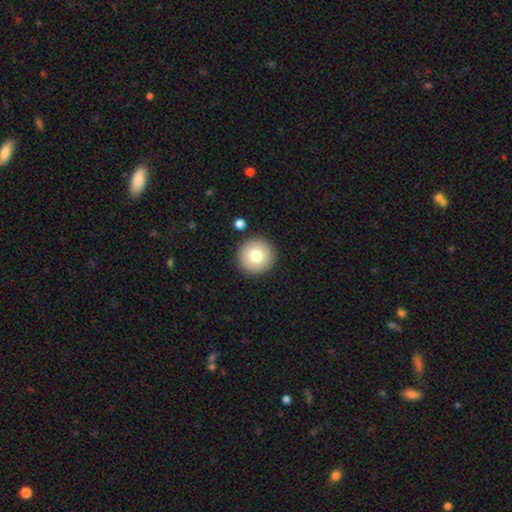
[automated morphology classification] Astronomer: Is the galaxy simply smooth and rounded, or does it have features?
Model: smooth — 77%.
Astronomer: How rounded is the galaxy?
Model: round — 96%.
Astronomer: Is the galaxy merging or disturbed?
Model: none — 90%.